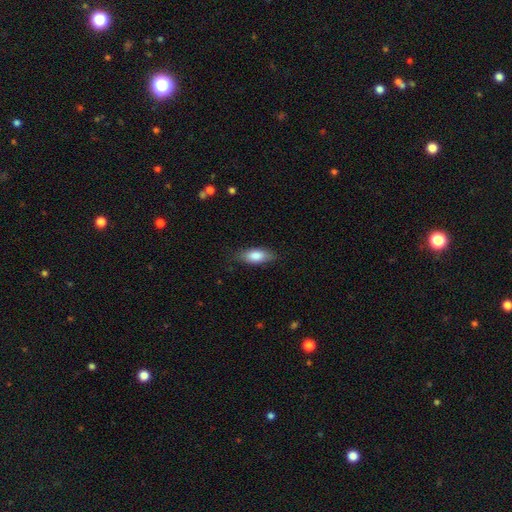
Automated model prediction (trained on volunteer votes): Smooth or featured? Predicted: smooth (p=0.83). How rounded? Predicted: in between (p=0.83). Merging? Predicted: none (p=0.80).